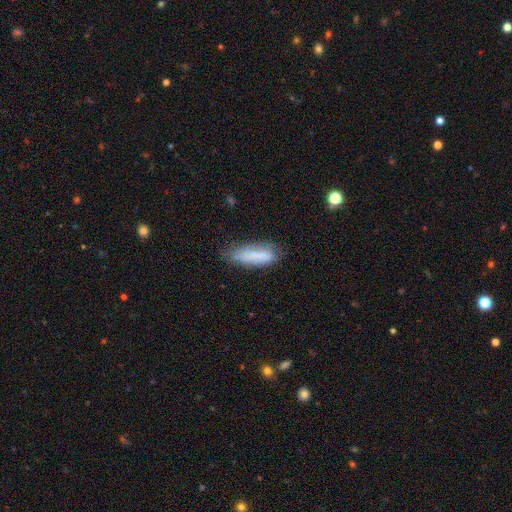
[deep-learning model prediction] Morphology: type=smooth (76%); roundness=cigar-shaped (49%, tied with in between); merging=none (56%).